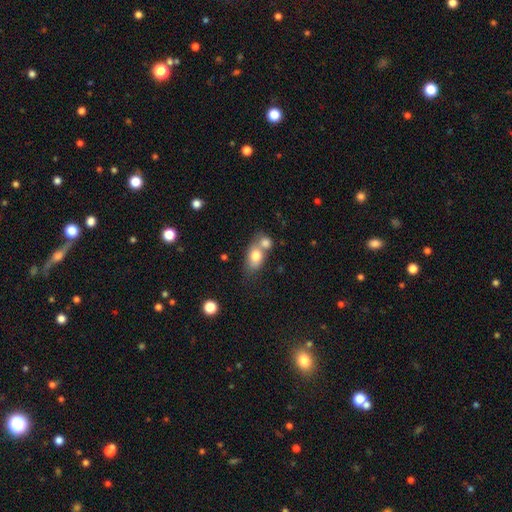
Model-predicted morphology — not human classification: The model was most divided on "merging": merger: 52%, none: 32%, minor disturbance: 11%, major disturbance: 5%. More confident: smooth or featured — smooth (77%); how rounded — in between (73%).